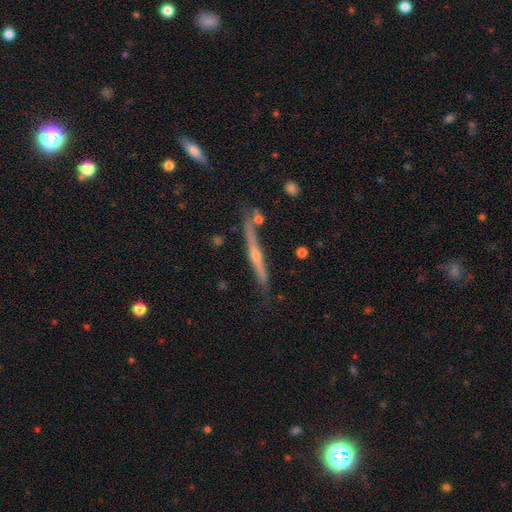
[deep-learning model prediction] This appears to be a featured or disk galaxy (74%) viewed edge-on (97%) with a rounded central bulge (78%). Merging: none (77%).